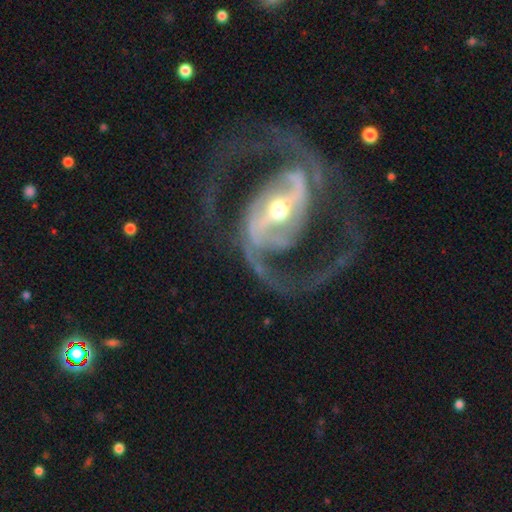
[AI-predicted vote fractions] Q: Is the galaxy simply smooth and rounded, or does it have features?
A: featured or disk — 93%.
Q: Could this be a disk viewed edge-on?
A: no — 97%.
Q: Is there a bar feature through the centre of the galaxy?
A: strong — 62%.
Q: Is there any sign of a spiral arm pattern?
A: yes — 97%.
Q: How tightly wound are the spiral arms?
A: medium — 62%.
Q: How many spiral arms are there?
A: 2 — 94%.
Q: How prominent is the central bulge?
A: moderate — 55%.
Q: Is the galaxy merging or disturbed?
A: none — 76%.